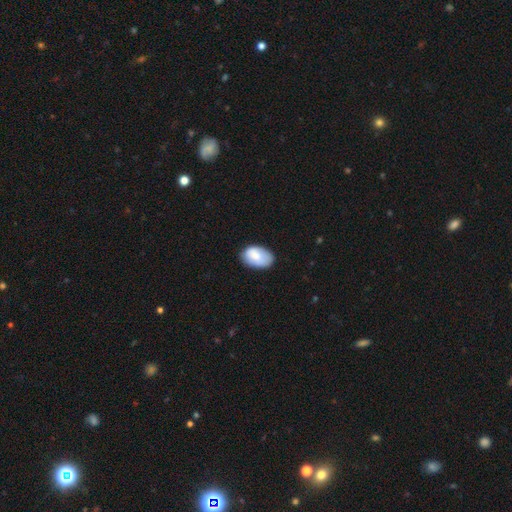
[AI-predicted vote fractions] A smooth galaxy with no disk features (80%) that is in between round and cigar-shaped (90%). Merging: none (73%).